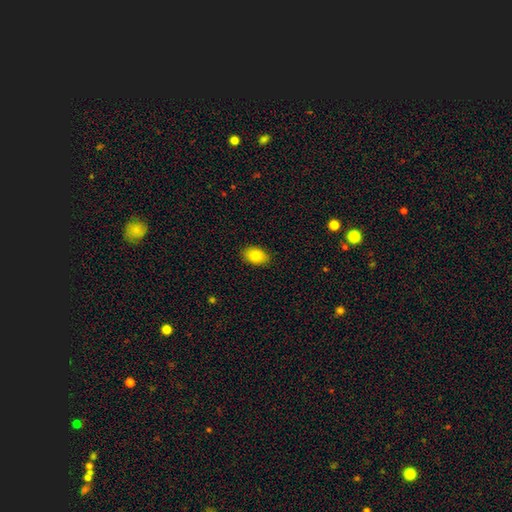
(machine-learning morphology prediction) type=smooth (85%); roundness=in between (88%); merging=none (88%).